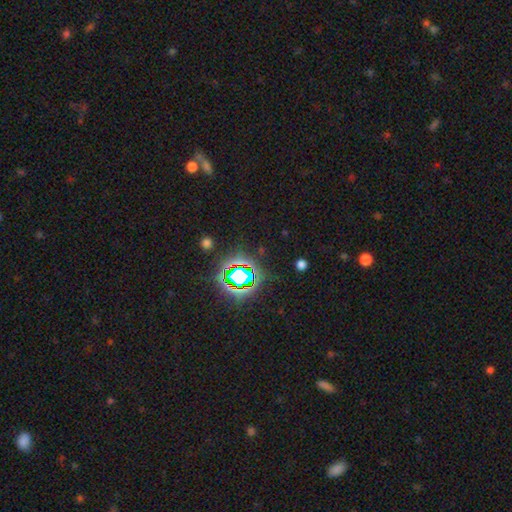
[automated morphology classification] Overall: star or artifact (79%).